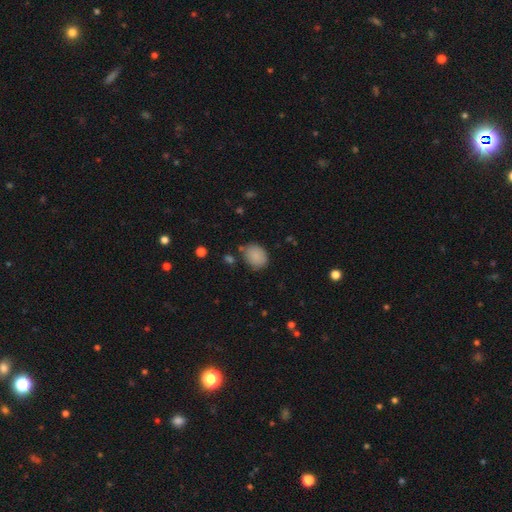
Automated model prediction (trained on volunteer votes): A smooth galaxy with no disk features (87%) that is round (51%).

Vote fractions:
- Smooth or featured? smooth: 87% / star or artifact: 8% / featured or disk: 4%
- How rounded? round: 51% / in between: 48% / cigar-shaped: 1%
- Merging? none: 76% / minor disturbance: 16% / major disturbance: 4% / merger: 4%